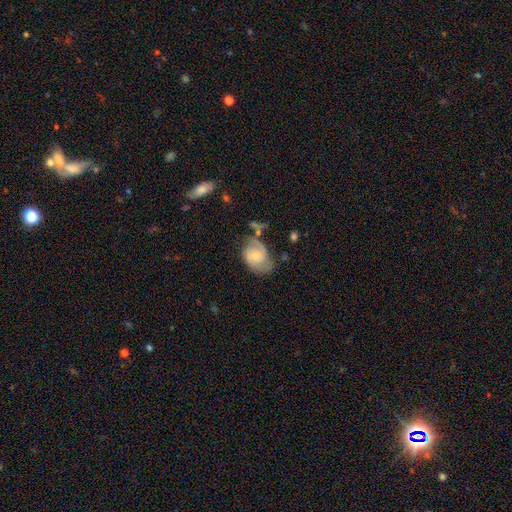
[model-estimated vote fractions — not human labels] This is likely a featured or disk galaxy (63%). It is clearly not viewed edge-on (97%). Bar: likely no (63%). Spiral arm pattern: clearly yes (87%). Spiral arm count: likely 2 (74%). Spiral winding: possibly medium (46%). Central bulge: possibly small (58%). Merging: possibly none (46%).